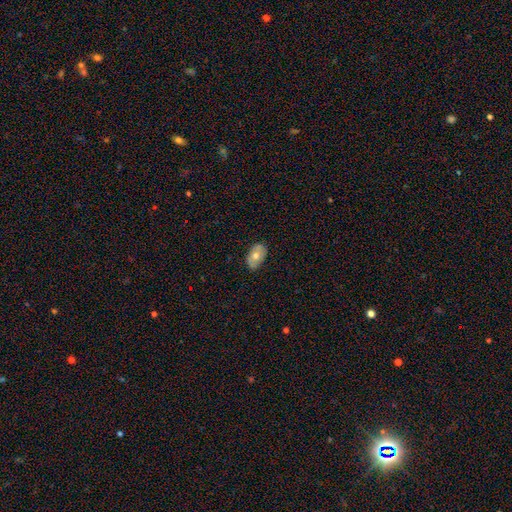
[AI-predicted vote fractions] This appears to be a smooth galaxy with no disk features (61%) that is in between round and cigar-shaped (90%). Merging: none (82%).